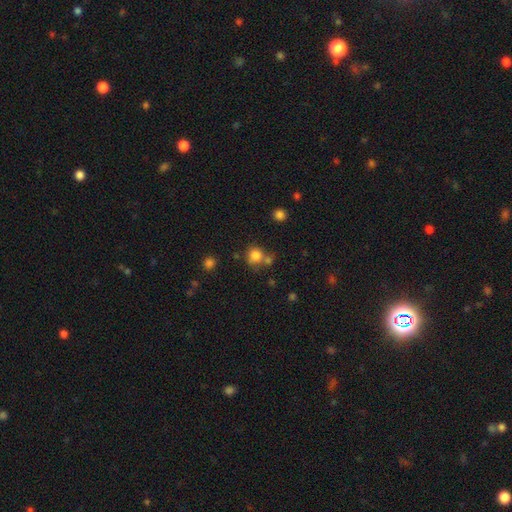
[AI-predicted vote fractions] Overall: smooth (81%). How rounded: round (86%). Merging: none (61%; merger 22%).